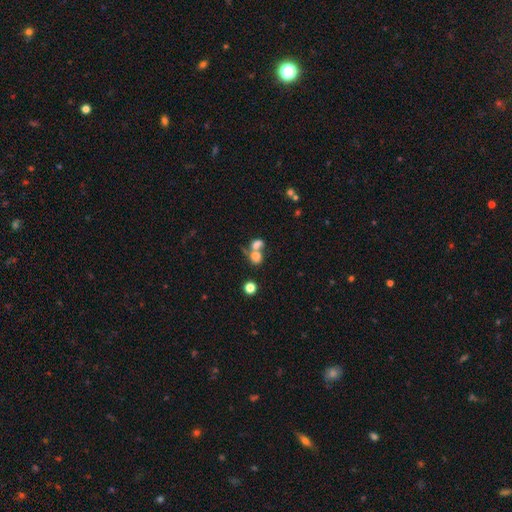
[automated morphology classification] Overall: smooth (71%). How rounded: round (60%; in between 38%). Merging: merger (62%; none 24%).